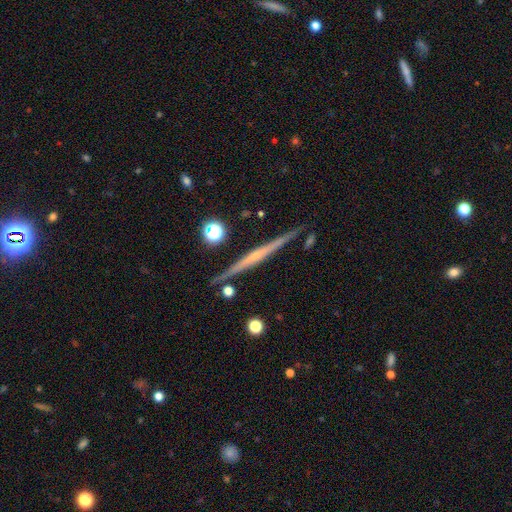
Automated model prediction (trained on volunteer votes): A featured or disk galaxy (72%) viewed edge-on (98%) with no central bulge (60%). Merging: none (88%).